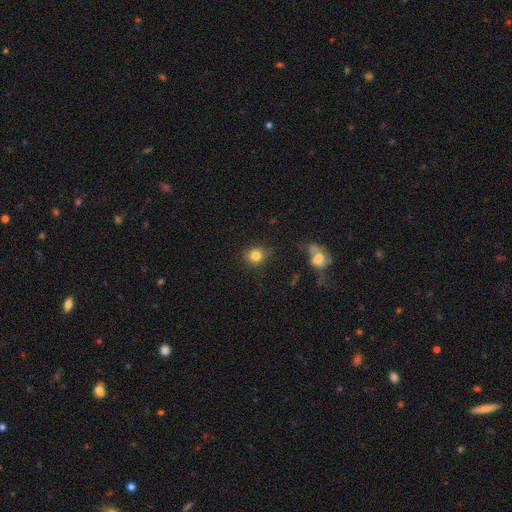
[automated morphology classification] This appears to be a smooth galaxy with no disk features (83%) that is round (81%). Merging: none (76%).